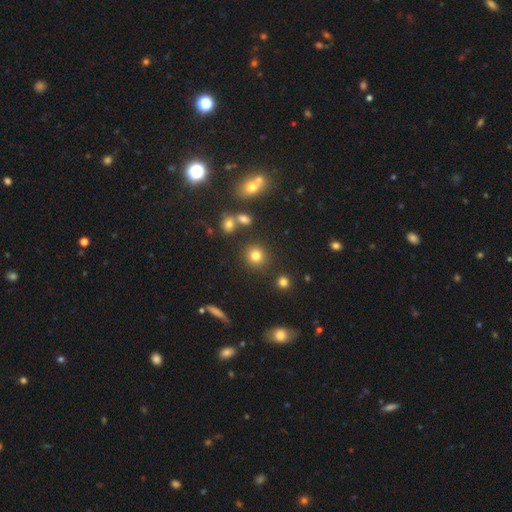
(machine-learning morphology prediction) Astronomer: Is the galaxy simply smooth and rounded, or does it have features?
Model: smooth — 78%.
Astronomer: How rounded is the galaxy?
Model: round — 90%.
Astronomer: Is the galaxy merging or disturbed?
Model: none — 85%.